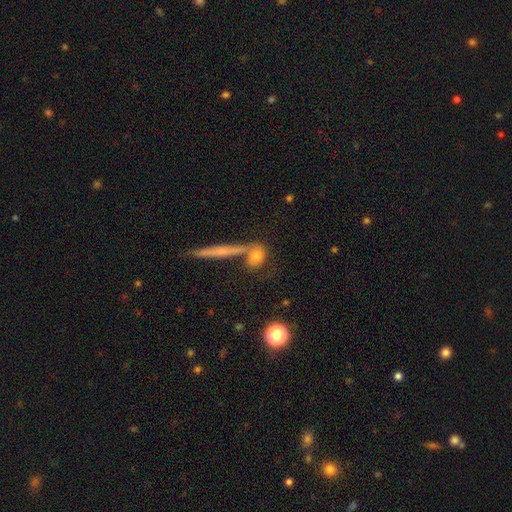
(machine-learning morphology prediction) Q: Smooth or featured?
A: smooth (66%); runner-up: featured or disk (22%)
Q: How rounded?
A: round (55%); runner-up: in between (31%)
Q: Merging?
A: none (58%); runner-up: merger (24%)